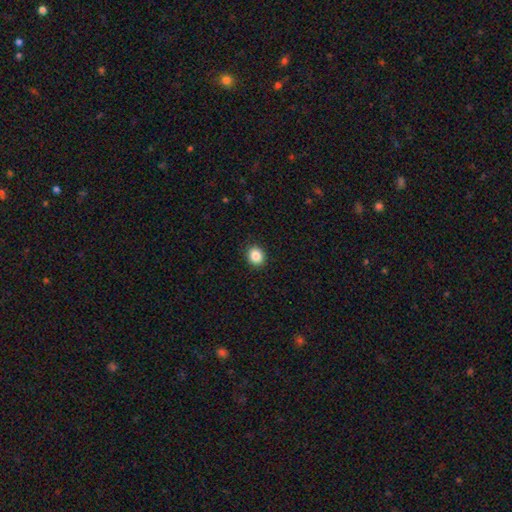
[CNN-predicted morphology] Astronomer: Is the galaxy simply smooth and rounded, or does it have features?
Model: smooth — 87%.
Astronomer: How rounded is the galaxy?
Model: round — 69%.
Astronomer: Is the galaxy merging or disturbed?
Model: none — 91%.